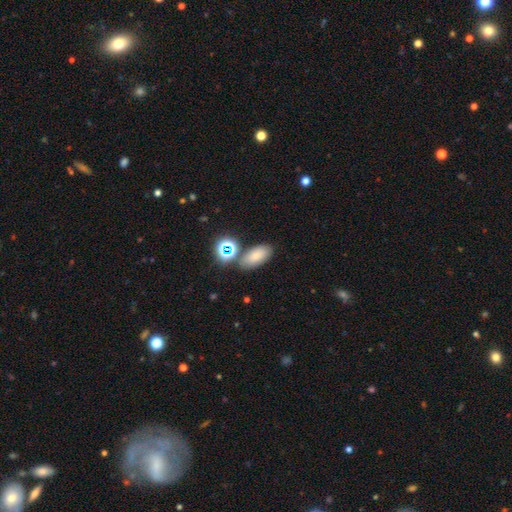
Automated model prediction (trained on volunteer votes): This appears to be a smooth galaxy with no disk features (75%) that is in between round and cigar-shaped (85%). Merging: none (75%).